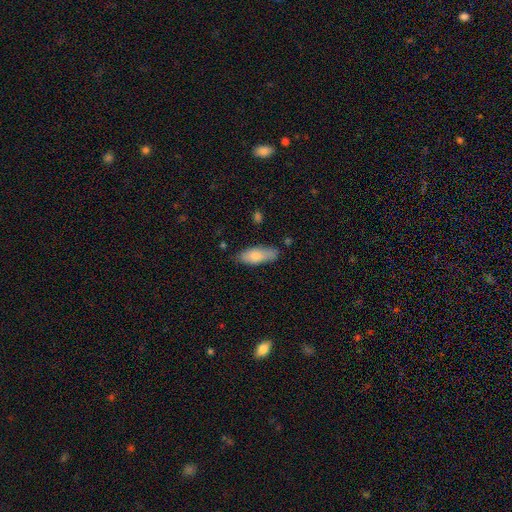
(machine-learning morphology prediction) smooth_or_featured: smooth (p=0.73) [alt: featured or disk p=0.20]
how_rounded: in between (p=0.71) [alt: cigar-shaped p=0.26]
merging: none (p=0.74) [alt: minor disturbance p=0.20]